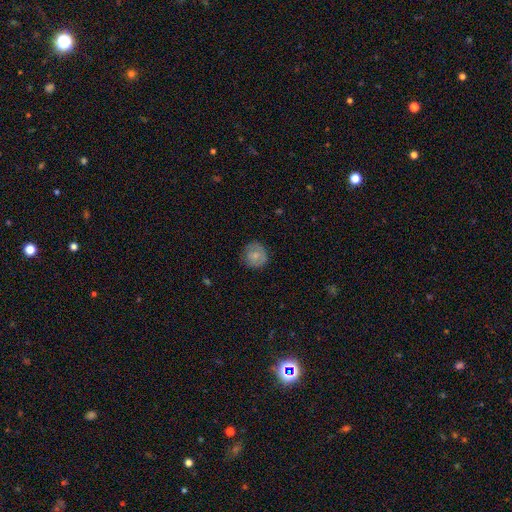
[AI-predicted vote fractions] smooth_or_featured: smooth (p=0.74) [alt: featured or disk p=0.19]
how_rounded: round (p=0.92) [alt: in between p=0.07]
merging: none (p=0.81) [alt: minor disturbance p=0.14]